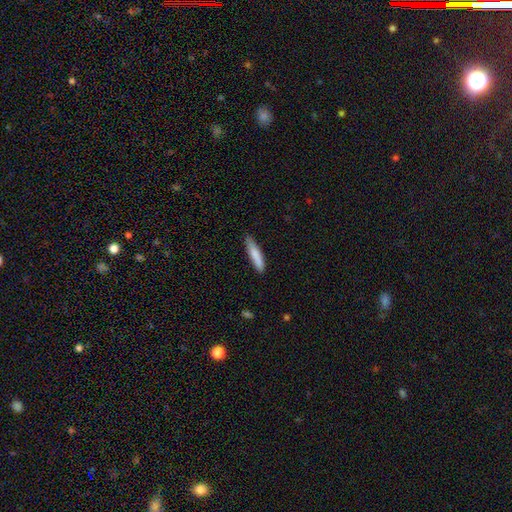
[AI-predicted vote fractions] Smooth or featured?
  - smooth: 82% *
  - featured or disk: 12%
  - star or artifact: 6%
How rounded?
  - cigar-shaped: 85% *
  - in between: 14%
  - round: 1%
Merging?
  - none: 82% *
  - minor disturbance: 15%
  - major disturbance: 2%
  - merger: 1%